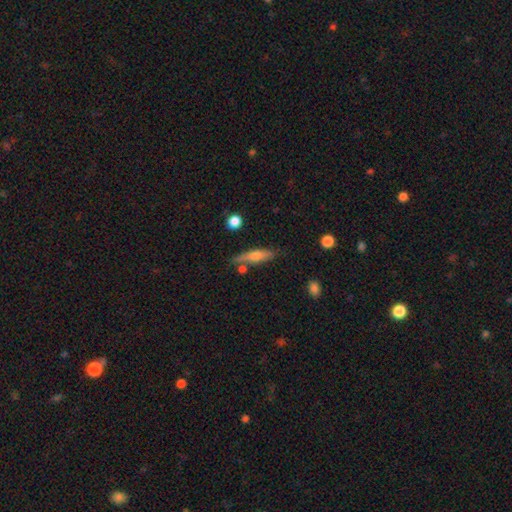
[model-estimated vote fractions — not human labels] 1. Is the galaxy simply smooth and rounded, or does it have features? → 55% smooth, 38% featured or disk, 7% star or artifact.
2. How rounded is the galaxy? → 75% cigar-shaped, 22% in between, 3% round.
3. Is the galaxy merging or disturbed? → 72% none, 16% minor disturbance, 8% merger, 4% major disturbance.